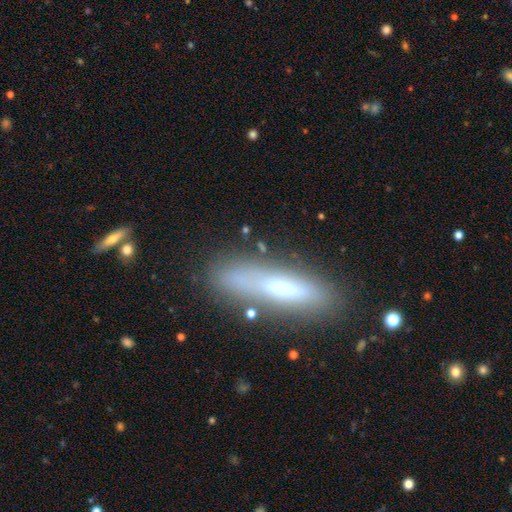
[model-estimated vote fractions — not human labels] Q: Smooth or featured?
A: smooth (50%); runner-up: featured or disk (38%)
Q: Merging?
A: none (79%); runner-up: minor disturbance (14%)